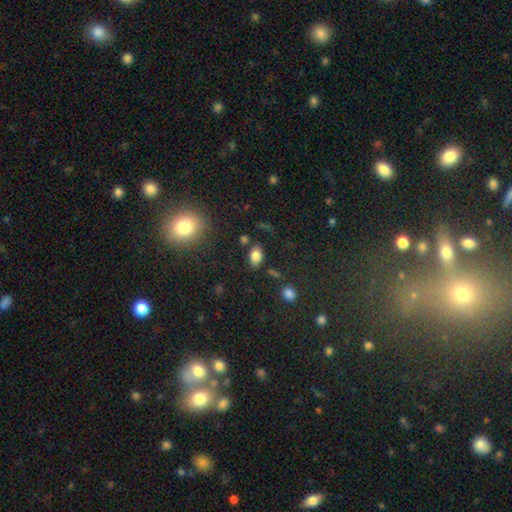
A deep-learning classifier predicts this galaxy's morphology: type=smooth (82%); roundness=in between (85%); merging=none (81%).